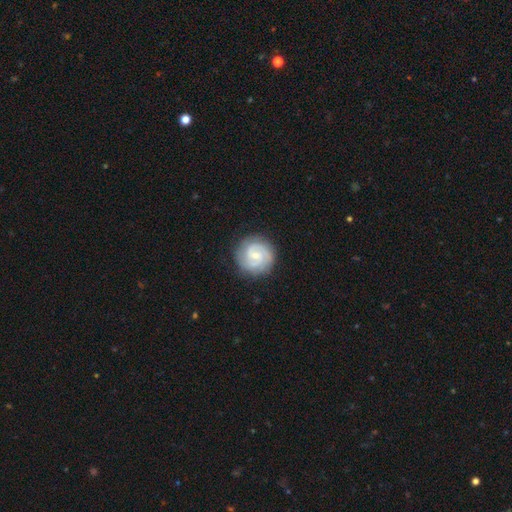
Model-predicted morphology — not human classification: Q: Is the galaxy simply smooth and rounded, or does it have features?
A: featured or disk — 80%.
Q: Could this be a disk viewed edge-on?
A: no — 98%.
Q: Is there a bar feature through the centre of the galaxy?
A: weak — 47%.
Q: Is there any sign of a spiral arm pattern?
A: yes — 97%.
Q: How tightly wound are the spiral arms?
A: tight — 57%.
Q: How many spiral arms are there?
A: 2 — 67%.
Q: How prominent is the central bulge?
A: small — 61%.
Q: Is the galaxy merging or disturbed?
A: none — 85%.